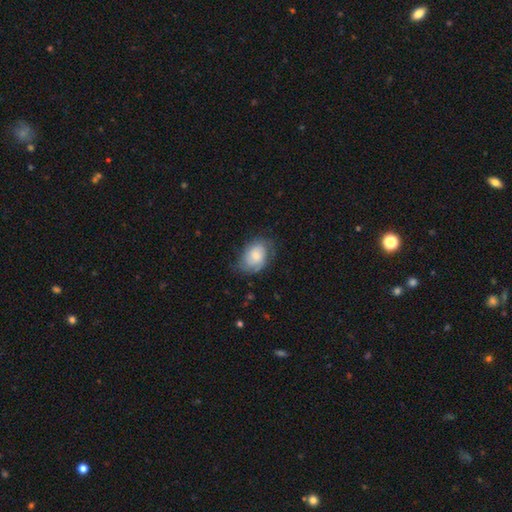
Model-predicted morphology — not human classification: Smooth or featured? Predicted: smooth (p=0.51). How rounded? Predicted: in between (p=0.75). Merging? Predicted: none (p=0.61).